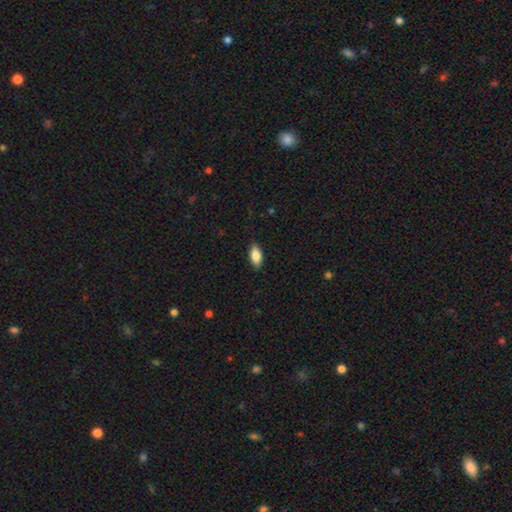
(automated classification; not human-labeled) smooth-or-featured: smooth: 82% | featured or disk: 11% | star or artifact: 7%
  how-rounded: in between: 87% | cigar-shaped: 11% | round: 3%
  merging: none: 87% | minor disturbance: 10% | major disturbance: 2% | merger: 1%